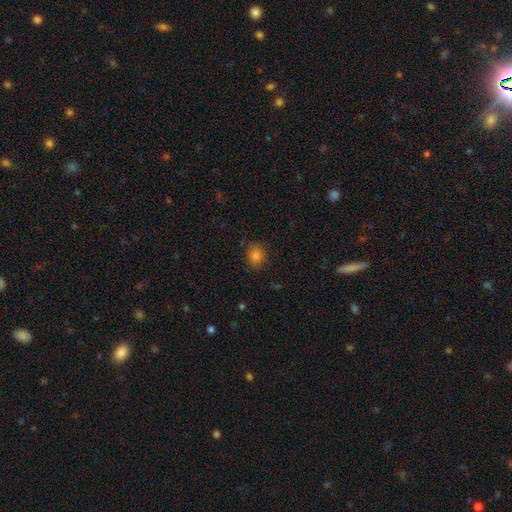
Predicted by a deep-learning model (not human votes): smooth-or-featured: smooth: 82% | star or artifact: 13% | featured or disk: 5%
  how-rounded: round: 63% | in between: 36% | cigar-shaped: 1%
  merging: none: 84% | minor disturbance: 12% | major disturbance: 3% | merger: 1%